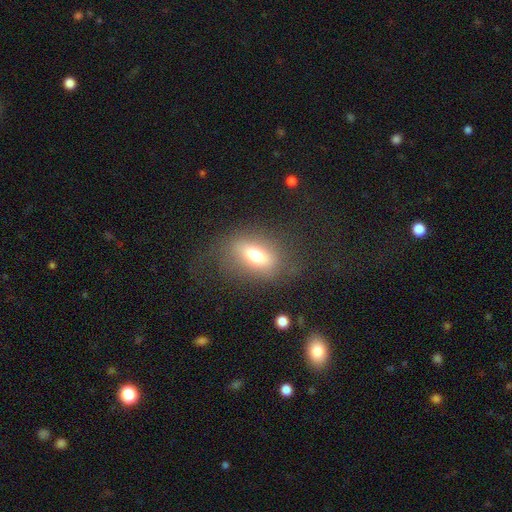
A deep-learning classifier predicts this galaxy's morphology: smooth 68%, featured or disk 21%, star or artifact 11%. Down the decision tree: how rounded — in between (78%); merging — none (70%).